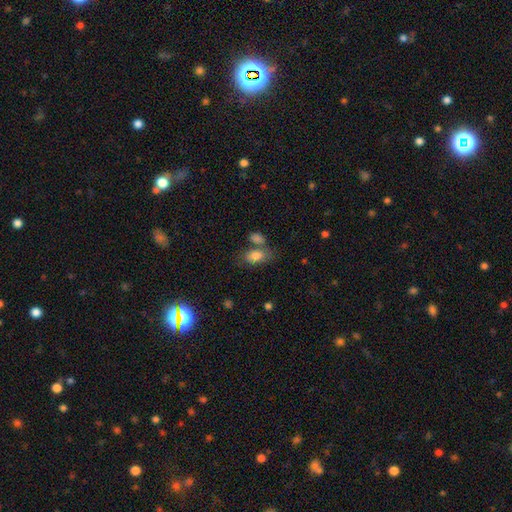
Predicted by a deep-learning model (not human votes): Smooth or featured?
  - smooth: 82% *
  - featured or disk: 9%
  - star or artifact: 9%
How rounded?
  - in between: 88% *
  - round: 9%
  - cigar-shaped: 3%
Merging?
  - none: 51% *
  - merger: 26%
  - minor disturbance: 16%
  - major disturbance: 7%